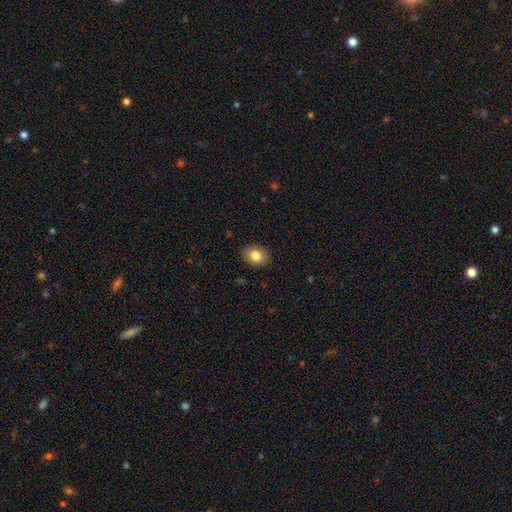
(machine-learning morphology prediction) smooth_or_featured: smooth (p=0.84) [alt: star or artifact p=0.09]
how_rounded: in between (p=0.57) [alt: round p=0.42]
merging: none (p=0.89) [alt: minor disturbance p=0.08]